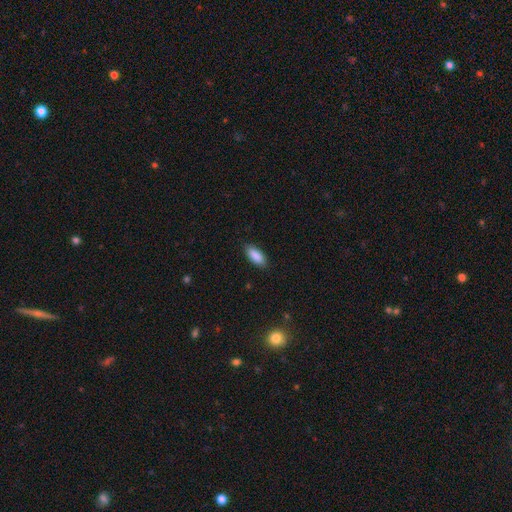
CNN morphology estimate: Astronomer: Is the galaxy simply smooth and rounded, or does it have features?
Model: smooth — 89%.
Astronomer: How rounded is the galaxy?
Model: in between — 84%.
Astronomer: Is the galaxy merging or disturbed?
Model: none — 87%.